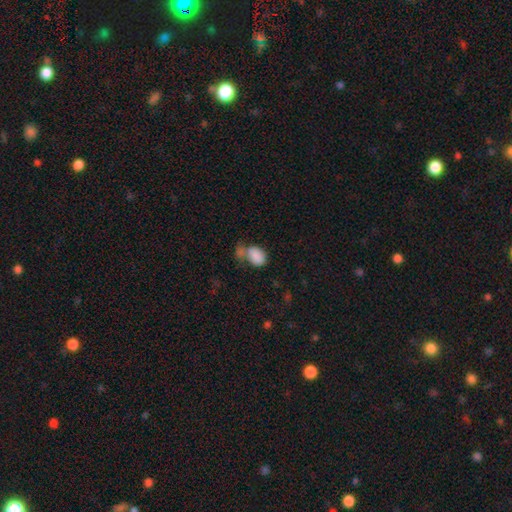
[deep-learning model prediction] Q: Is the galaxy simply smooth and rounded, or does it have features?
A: smooth — 84%.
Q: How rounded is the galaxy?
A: in between — 81%.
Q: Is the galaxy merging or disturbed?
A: merger — 37%.